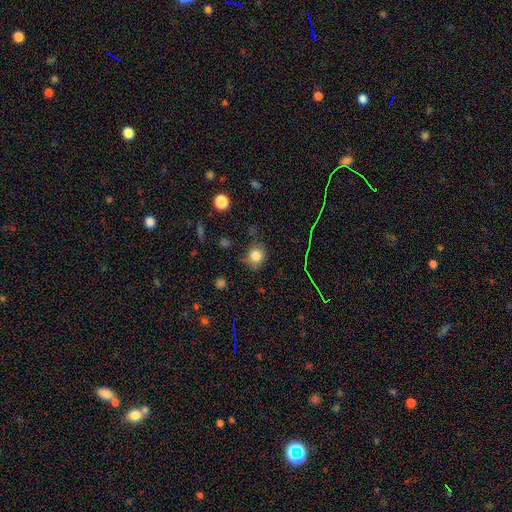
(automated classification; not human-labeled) Smooth or featured: smooth — 80% (star or artifact — 13%)
How rounded: round — 78% (in between — 21%)
Merging: none — 70% (minor disturbance — 21%)